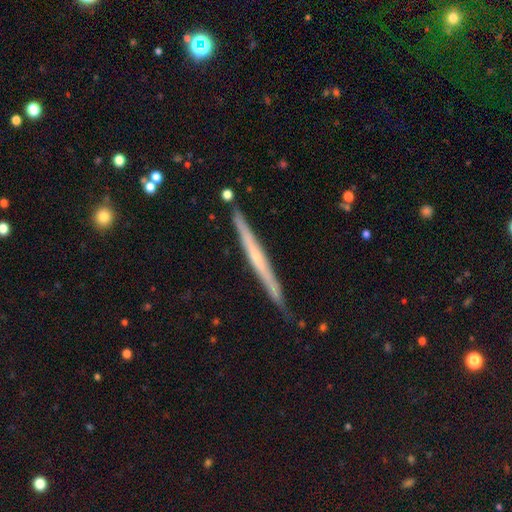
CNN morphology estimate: The model was most divided on "smooth or featured": featured or disk: 61%, smooth: 33%, star or artifact: 6%. More confident: edge-on disk — yes (97%); merging — none (83%); edge-on bulge — none (69%).